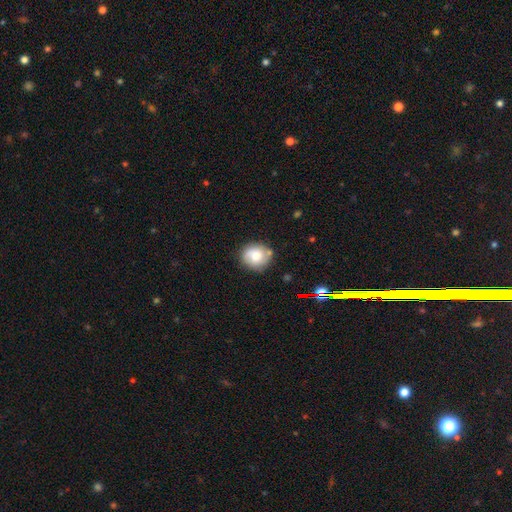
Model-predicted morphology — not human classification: A smooth galaxy with no disk features (67%) that is round (82%).

Vote fractions:
- Smooth or featured? smooth: 67% / featured or disk: 24% / star or artifact: 9%
- How rounded? round: 82% / in between: 17% / cigar-shaped: 1%
- Merging? none: 74% / minor disturbance: 17% / merger: 4% / major disturbance: 4%